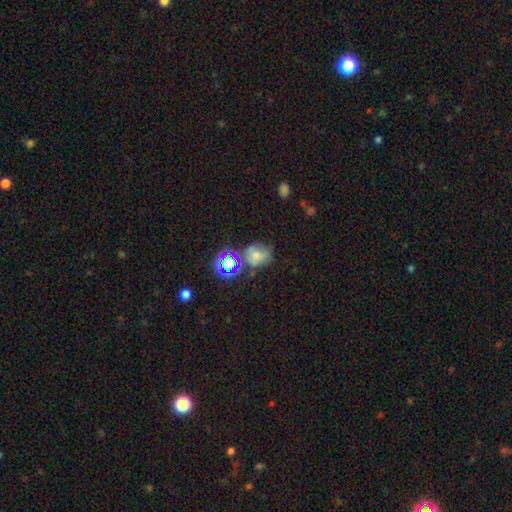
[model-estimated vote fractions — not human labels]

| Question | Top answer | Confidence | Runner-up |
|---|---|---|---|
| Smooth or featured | smooth | 53% | star or artifact (27%) |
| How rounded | round | 57% | in between (42%) |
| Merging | none | 46% | minor disturbance (24%) |